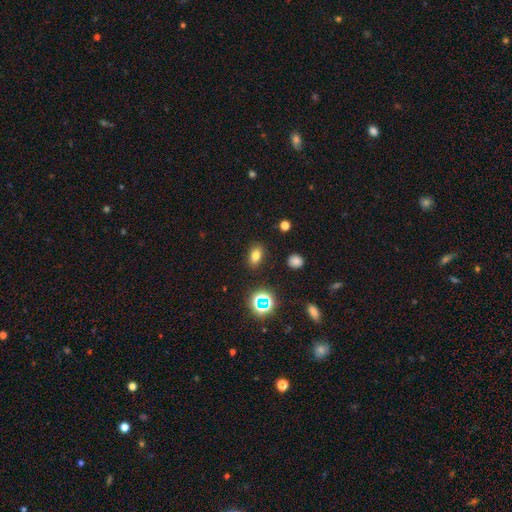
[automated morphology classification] Q: Smooth or featured?
A: smooth (72%); runner-up: star or artifact (19%)
Q: How rounded?
A: in between (79%); runner-up: round (18%)
Q: Merging?
A: none (86%); runner-up: minor disturbance (9%)